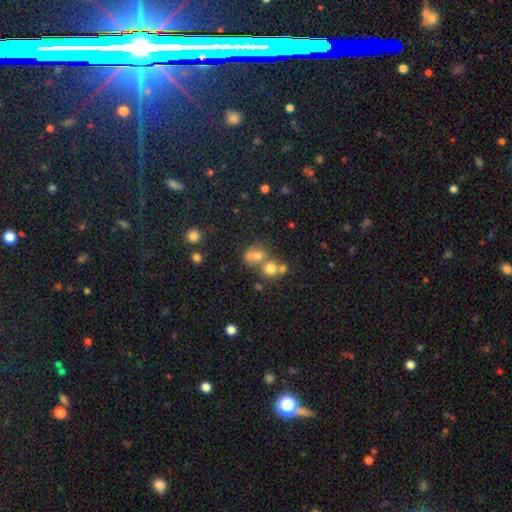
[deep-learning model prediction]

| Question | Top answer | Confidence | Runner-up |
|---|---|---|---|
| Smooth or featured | smooth | 68% | star or artifact (17%) |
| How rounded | round | 67% | in between (32%) |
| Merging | merger | 51% | none (34%) |